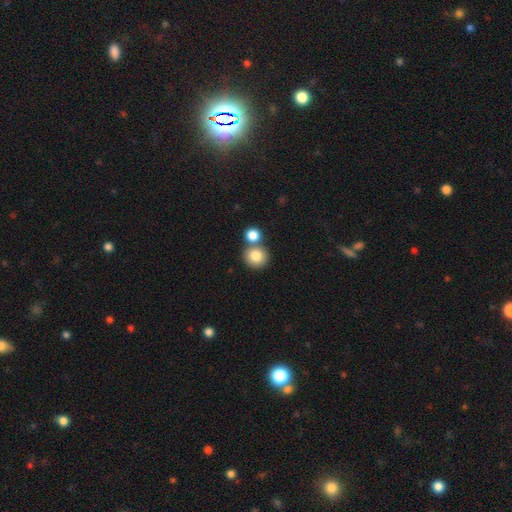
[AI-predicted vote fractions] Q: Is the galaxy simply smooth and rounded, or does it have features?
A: smooth — 81%.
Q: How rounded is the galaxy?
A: round — 90%.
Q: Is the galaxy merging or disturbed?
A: none — 57%.